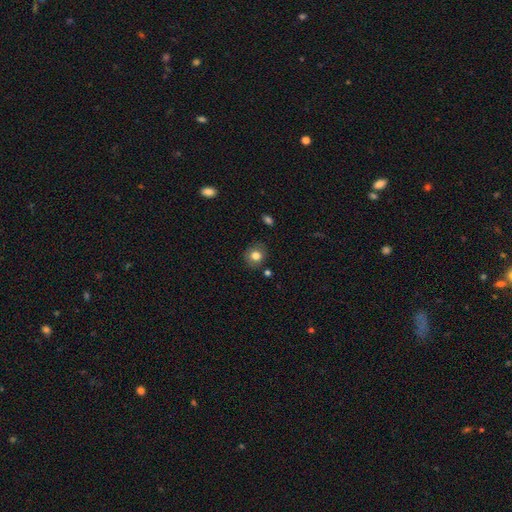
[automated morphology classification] Smooth or featured? Predicted: smooth (p=0.78). How rounded? Predicted: round (p=0.78). Merging? Predicted: none (p=0.82).